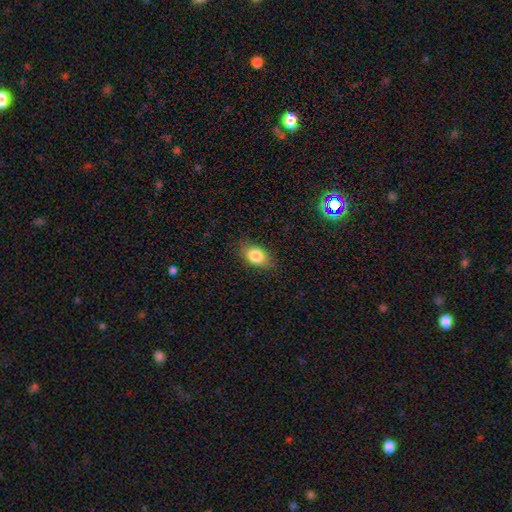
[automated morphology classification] A smooth galaxy with no disk features (84%) that is in between round and cigar-shaped (83%).

Vote fractions:
- Smooth or featured? smooth: 84% / star or artifact: 8% / featured or disk: 8%
- How rounded? in between: 83% / round: 15% / cigar-shaped: 2%
- Merging? none: 82% / minor disturbance: 13% / major disturbance: 3% / merger: 1%